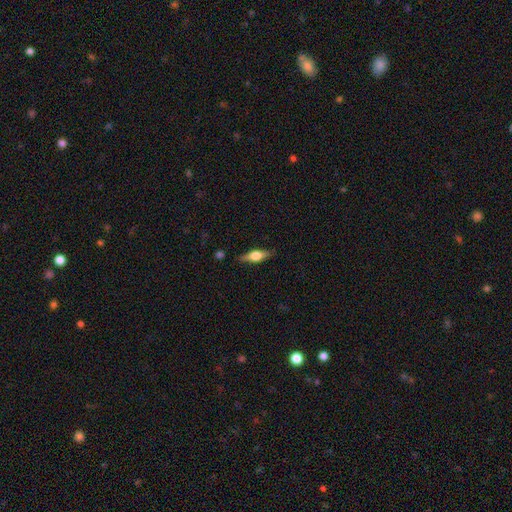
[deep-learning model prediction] Q: Smooth or featured?
A: featured or disk (53%); runner-up: smooth (40%)
Q: Edge-on disk?
A: yes (94%); runner-up: no (6%)
Q: Merging?
A: none (84%); runner-up: minor disturbance (12%)